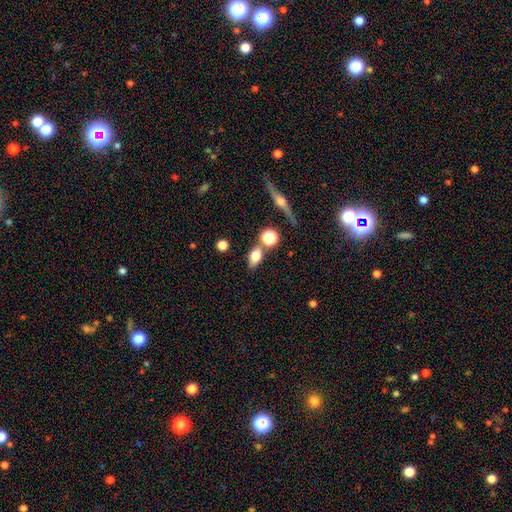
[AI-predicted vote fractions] Smooth or featured? smooth (70%)
How rounded? in between (71%)
Merging? none (62%)